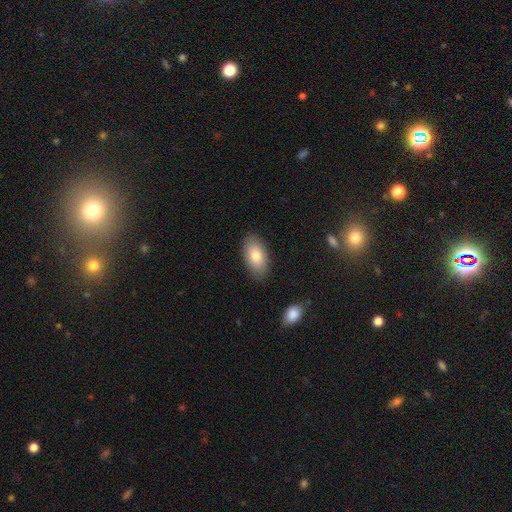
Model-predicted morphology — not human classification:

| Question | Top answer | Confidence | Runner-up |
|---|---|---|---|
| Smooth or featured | smooth | 80% | featured or disk (14%) |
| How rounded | in between | 94% | round (4%) |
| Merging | none | 86% | minor disturbance (10%) |